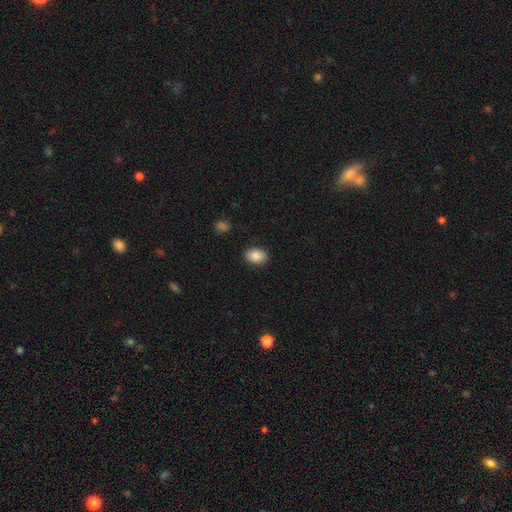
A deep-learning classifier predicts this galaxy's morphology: A smooth galaxy with no disk features (86%) that is in between round and cigar-shaped (83%). Merging: none (88%).